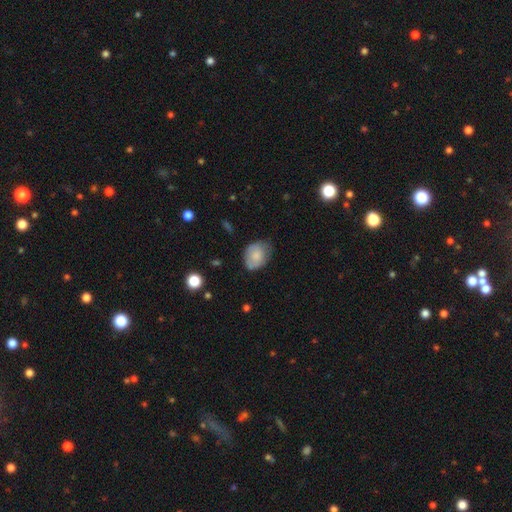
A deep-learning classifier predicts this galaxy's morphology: Smooth or featured?
  - smooth: 75% *
  - featured or disk: 18%
  - star or artifact: 7%
How rounded?
  - in between: 66% *
  - round: 33%
  - cigar-shaped: 1%
Merging?
  - none: 55% *
  - minor disturbance: 34%
  - major disturbance: 9%
  - merger: 2%